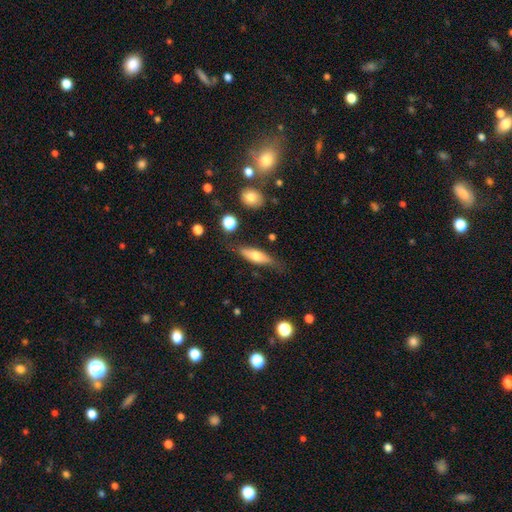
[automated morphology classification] Smooth or featured: smooth — 57% (featured or disk — 37%)
How rounded: in between — 49% (cigar-shaped — 48%)
Merging: none — 70% (minor disturbance — 21%)